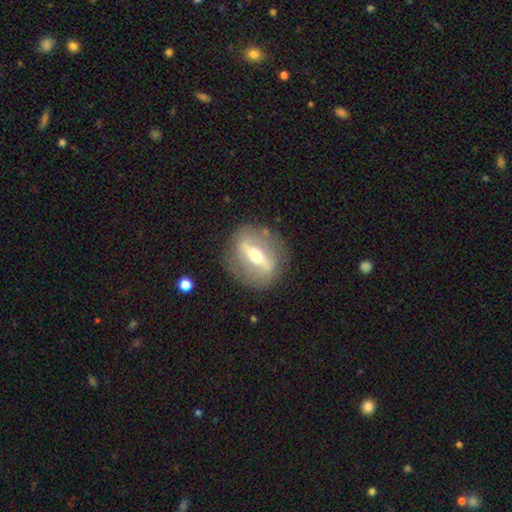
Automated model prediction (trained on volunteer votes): Q: Smooth or featured?
A: featured or disk (76%); runner-up: smooth (17%)
Q: Edge-on disk?
A: no (70%); runner-up: yes (30%)
Q: Bar?
A: strong (76%); runner-up: weak (17%)
Q: Spiral arms?
A: no (65%); runner-up: yes (35%)
Q: Bulge size?
A: moderate (68%); runner-up: small (23%)
Q: Merging?
A: none (84%); runner-up: minor disturbance (10%)